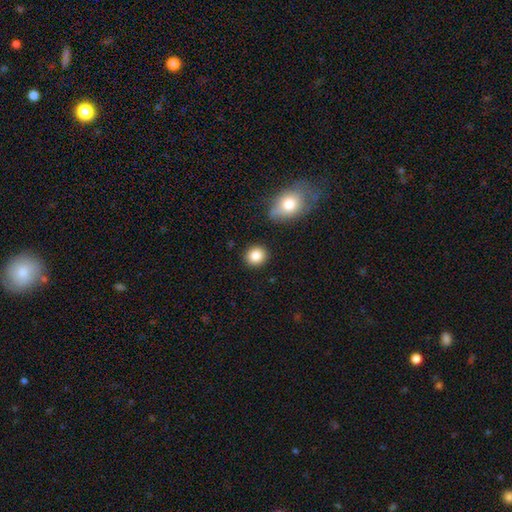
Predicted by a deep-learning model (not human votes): smooth_or_featured: smooth (p=0.85) [alt: star or artifact p=0.09]
how_rounded: round (p=0.85) [alt: in between p=0.14]
merging: none (p=0.88) [alt: minor disturbance p=0.07]